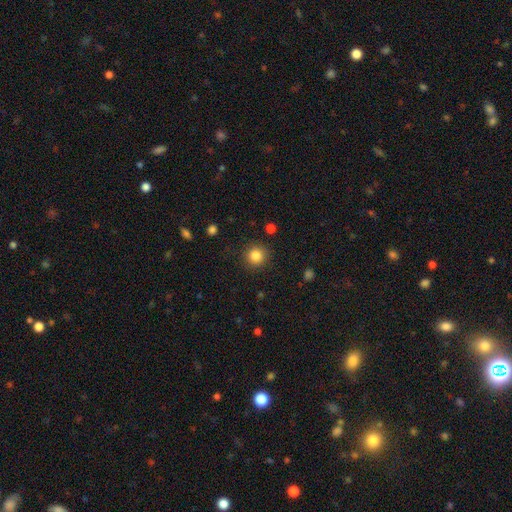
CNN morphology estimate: smooth 84%, star or artifact 11%, featured or disk 5%. Down the decision tree: how rounded — round (94%); merging — none (90%).